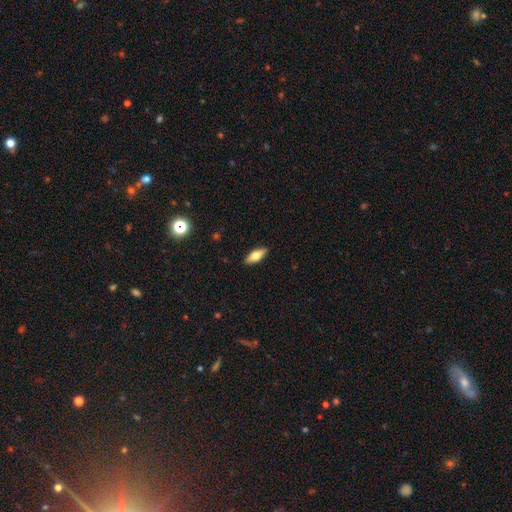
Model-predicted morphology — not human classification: Q: Smooth or featured?
A: smooth (62%); runner-up: featured or disk (31%)
Q: How rounded?
A: in between (69%); runner-up: cigar-shaped (28%)
Q: Merging?
A: none (90%); runner-up: minor disturbance (7%)